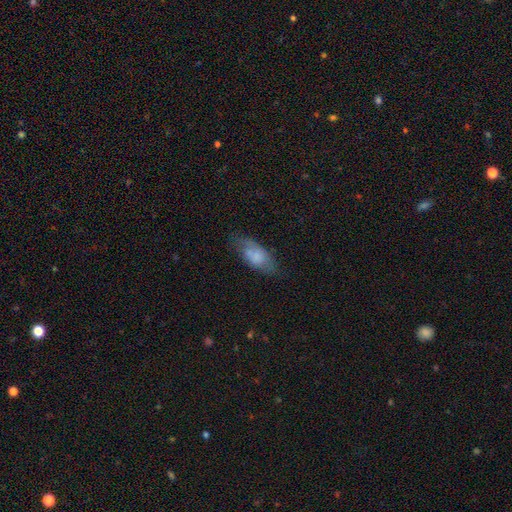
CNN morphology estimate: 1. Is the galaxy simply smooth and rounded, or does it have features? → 67% smooth, 26% featured or disk, 8% star or artifact.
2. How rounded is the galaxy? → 84% in between, 13% cigar-shaped, 3% round.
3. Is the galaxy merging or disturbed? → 58% none, 26% minor disturbance, 10% major disturbance, 5% merger.